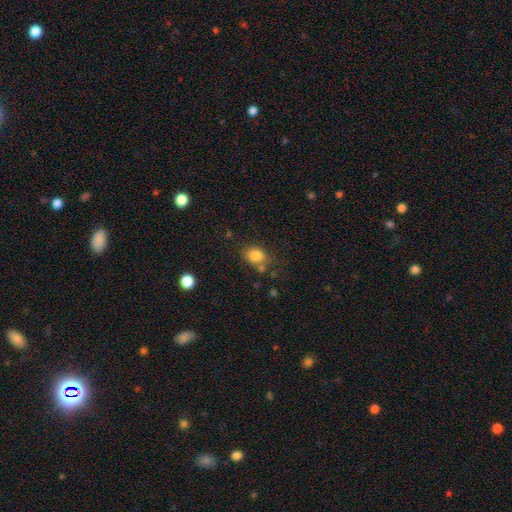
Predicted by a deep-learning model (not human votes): smooth 83%, star or artifact 10%, featured or disk 7%. Down the decision tree: how rounded — in between (54%); merging — none (66%).